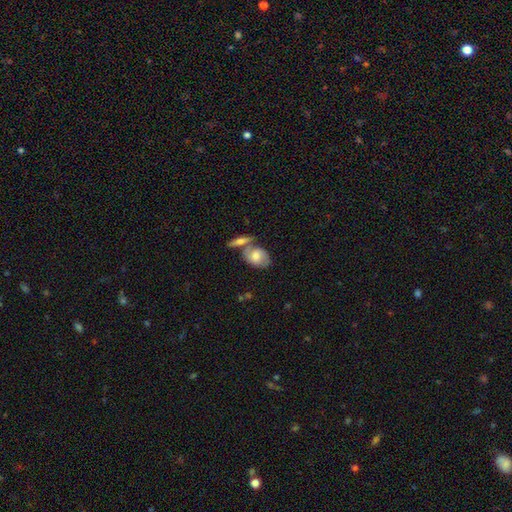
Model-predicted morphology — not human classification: smooth-or-featured: smooth: 58% | featured or disk: 36% | star or artifact: 6%
  how-rounded: in between: 80% | round: 16% | cigar-shaped: 3%
  merging: none: 40% | merger: 38% | minor disturbance: 16% | major disturbance: 6%